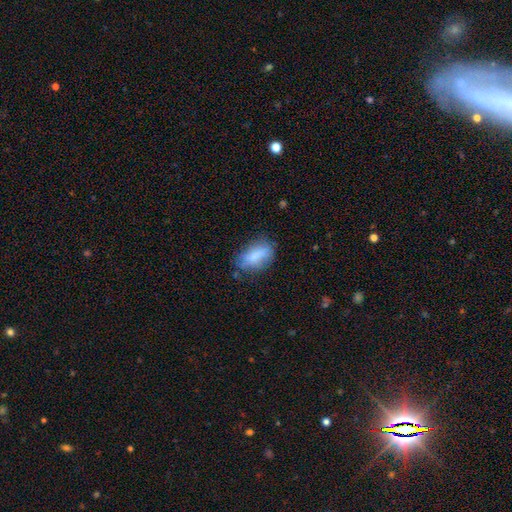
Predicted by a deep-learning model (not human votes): A smooth galaxy with no disk features (77%) that is in between round and cigar-shaped (85%).

Vote fractions:
- Smooth or featured? smooth: 77% / featured or disk: 15% / star or artifact: 8%
- How rounded? in between: 85% / cigar-shaped: 9% / round: 6%
- Merging? none: 60% / minor disturbance: 28% / major disturbance: 9% / merger: 3%